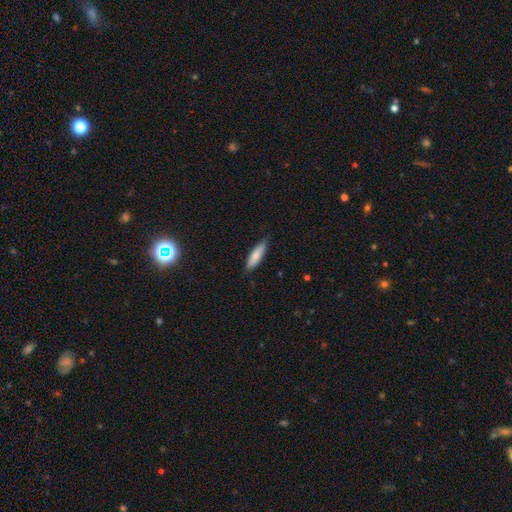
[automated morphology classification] This is clearly a smooth galaxy (81%). How rounded: likely cigar-shaped (62%). Merging: clearly none (85%).